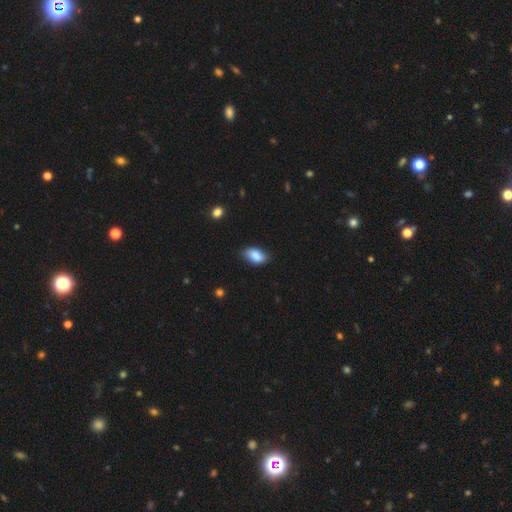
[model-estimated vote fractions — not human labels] A smooth galaxy with no disk features (86%) that is in between round and cigar-shaped (91%). Merging: none (73%).